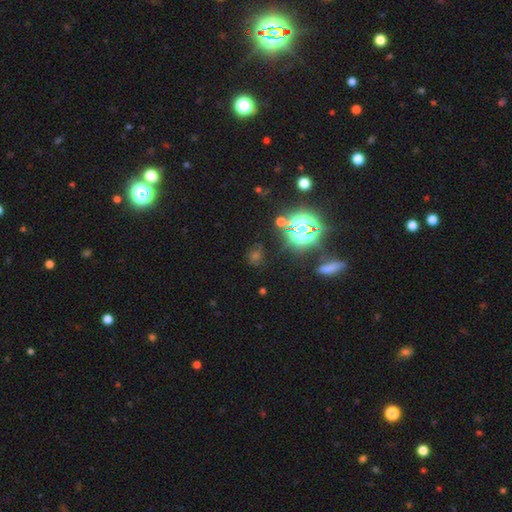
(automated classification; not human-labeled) The model was most divided on "smooth or featured": star or artifact: 60%, smooth: 30%, featured or disk: 11%.